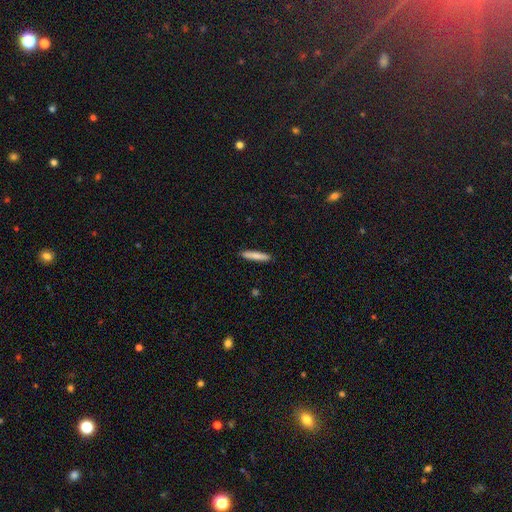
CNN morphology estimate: A smooth galaxy with no disk features (81%) that is cigar-shaped (92%).

Vote fractions:
- Smooth or featured? smooth: 81% / featured or disk: 13% / star or artifact: 6%
- How rounded? cigar-shaped: 92% / in between: 7% / round: 1%
- Merging? none: 91% / minor disturbance: 6% / major disturbance: 1% / merger: 1%